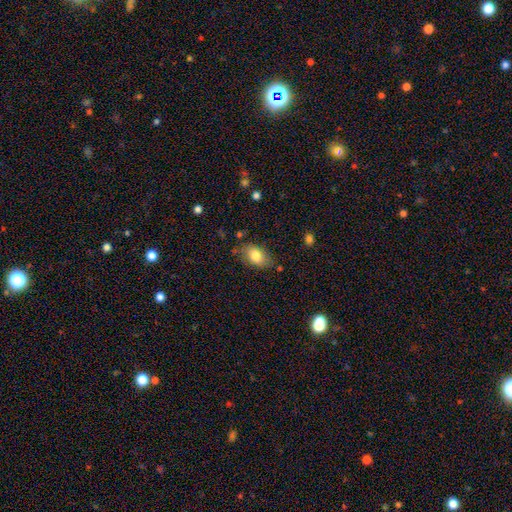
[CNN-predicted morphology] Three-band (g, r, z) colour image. It shows a smooth galaxy with no disk features (81%) that is in between round and cigar-shaped (88%). Merging: none (75%).